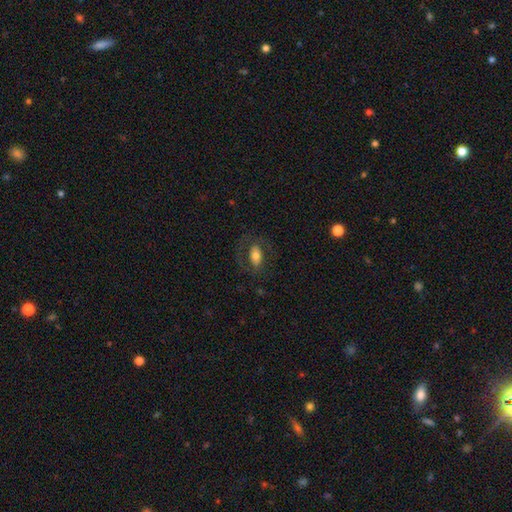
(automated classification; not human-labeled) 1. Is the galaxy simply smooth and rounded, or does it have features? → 63% smooth, 29% featured or disk, 8% star or artifact.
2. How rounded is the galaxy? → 89% in between, 8% round, 3% cigar-shaped.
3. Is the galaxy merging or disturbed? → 70% none, 15% minor disturbance, 14% major disturbance, 1% merger.